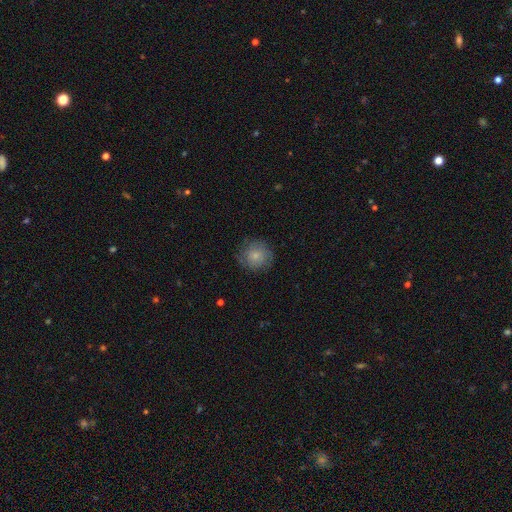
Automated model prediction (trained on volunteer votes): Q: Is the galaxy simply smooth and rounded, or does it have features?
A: smooth — 71%.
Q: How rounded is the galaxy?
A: round — 92%.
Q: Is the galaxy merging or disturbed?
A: none — 78%.